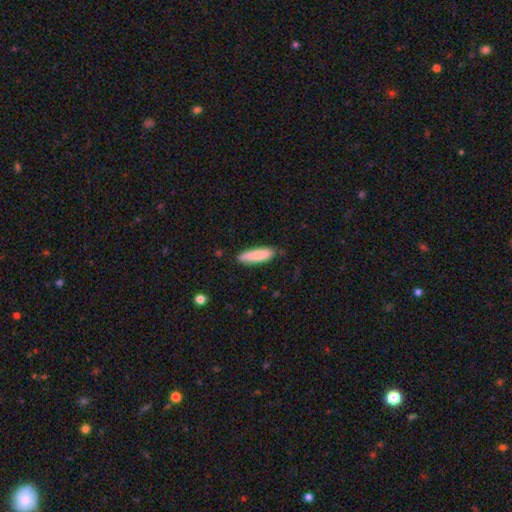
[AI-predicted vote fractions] A smooth galaxy with no disk features (84%) that is cigar-shaped (55%). Merging: none (82%).